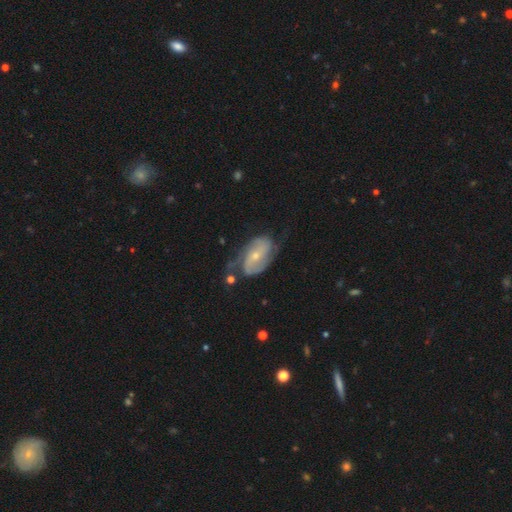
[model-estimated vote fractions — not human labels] Smooth or featured? featured or disk (80%)
Edge-on disk? no (96%)
Bar? no (46%)
Spiral arms? yes (92%)
Spiral winding? medium (42%)
Spiral arm count? 2 (79%)
Bulge size? small (64%)
Merging? none (57%)